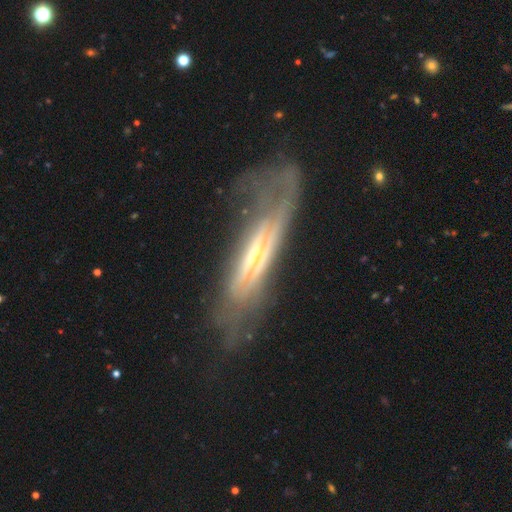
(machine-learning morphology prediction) Smooth or featured?
  - featured or disk: 79% *
  - smooth: 14%
  - star or artifact: 6%
Edge-on disk?
  - yes: 76% *
  - no: 24%
Edge-on bulge?
  - rounded: 63% *
  - none: 27%
  - boxy: 10%
Merging?
  - none: 46% *
  - major disturbance: 29%
  - minor disturbance: 23%
  - merger: 3%